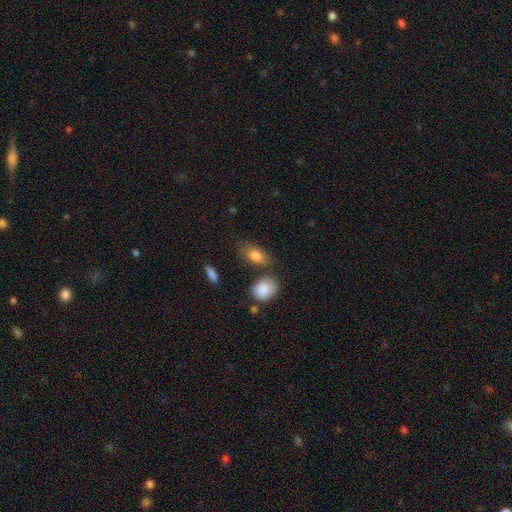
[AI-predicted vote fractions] A smooth galaxy with no disk features (82%) that is in between round and cigar-shaped (85%).

Vote fractions:
- Smooth or featured? smooth: 82% / featured or disk: 11% / star or artifact: 7%
- How rounded? in between: 85% / round: 9% / cigar-shaped: 6%
- Merging? none: 61% / minor disturbance: 22% / merger: 10% / major disturbance: 7%